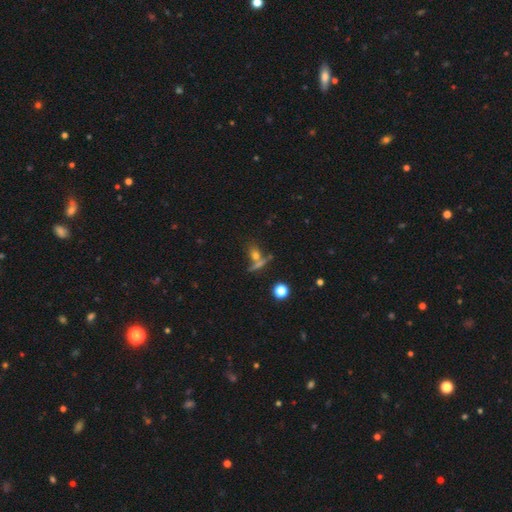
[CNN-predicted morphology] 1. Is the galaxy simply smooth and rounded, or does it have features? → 63% smooth, 20% featured or disk, 17% star or artifact.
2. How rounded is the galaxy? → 39% in between (tied), 39% round (tied), 21% cigar-shaped.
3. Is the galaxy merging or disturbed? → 51% none, 33% merger, 10% minor disturbance, 7% major disturbance.